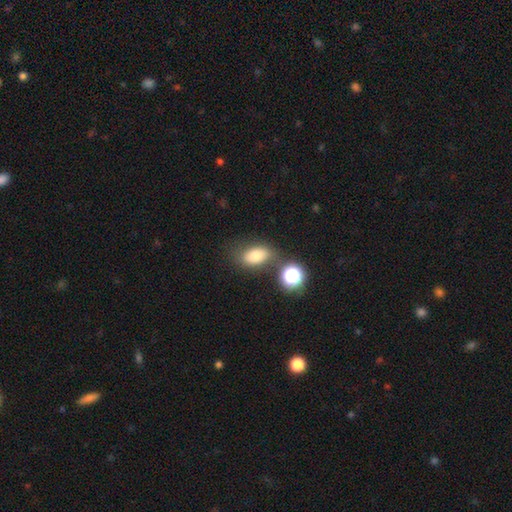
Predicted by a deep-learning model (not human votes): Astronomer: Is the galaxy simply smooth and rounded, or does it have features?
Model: smooth — 73%.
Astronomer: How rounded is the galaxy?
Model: in between — 83%.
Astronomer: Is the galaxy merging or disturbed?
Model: none — 64%.